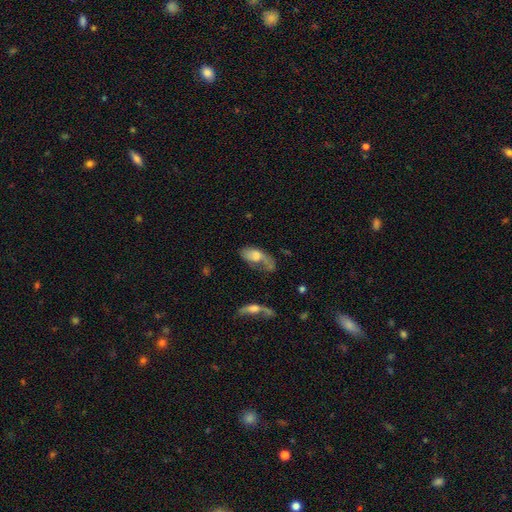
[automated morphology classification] smooth 50%, featured or disk 41%, star or artifact 9%. Down the decision tree: how rounded — in between (88%); merging — major disturbance (39%).